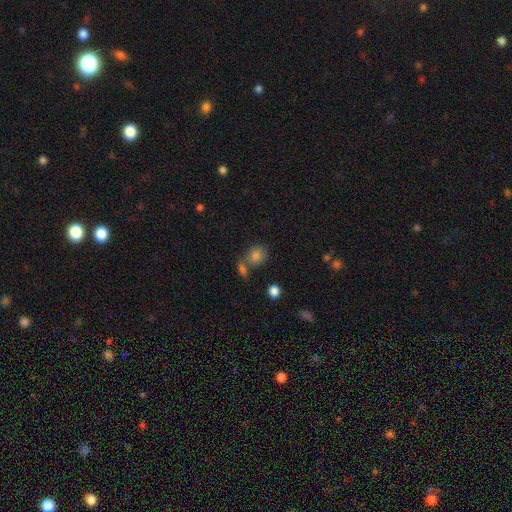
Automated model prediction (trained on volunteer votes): Smooth or featured?
  - smooth: 81% *
  - star or artifact: 11%
  - featured or disk: 8%
How rounded?
  - round: 55% *
  - in between: 43%
  - cigar-shaped: 1%
Merging?
  - none: 53% *
  - merger: 29%
  - minor disturbance: 13%
  - major disturbance: 6%